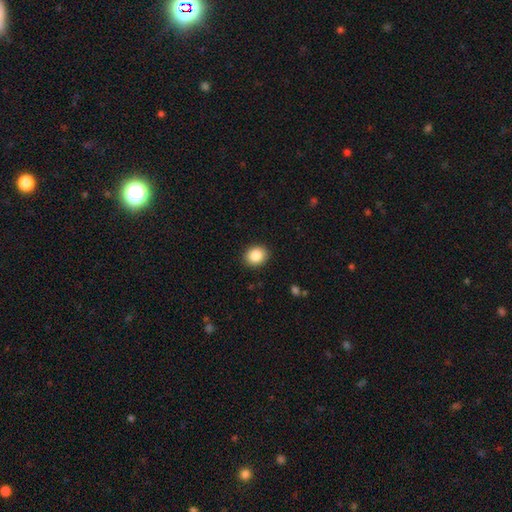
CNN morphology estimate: smooth-or-featured: smooth: 87% | star or artifact: 8% | featured or disk: 5%
  how-rounded: round: 58% | in between: 41% | cigar-shaped: 1%
  merging: none: 91% | minor disturbance: 7% | major disturbance: 2% | merger: 1%